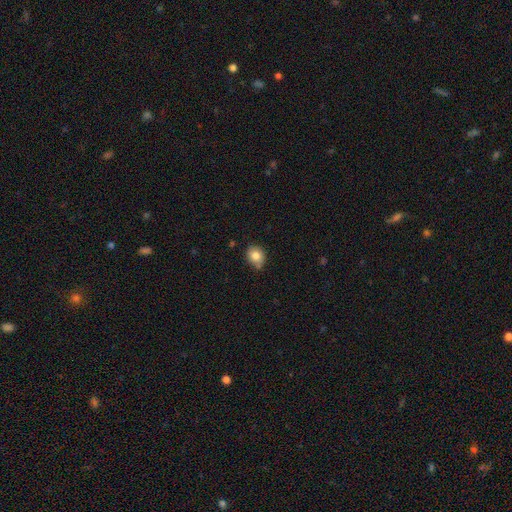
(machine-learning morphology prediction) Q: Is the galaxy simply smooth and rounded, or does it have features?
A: smooth — 82%.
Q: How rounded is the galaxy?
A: round — 66%.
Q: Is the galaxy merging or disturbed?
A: none — 70%.